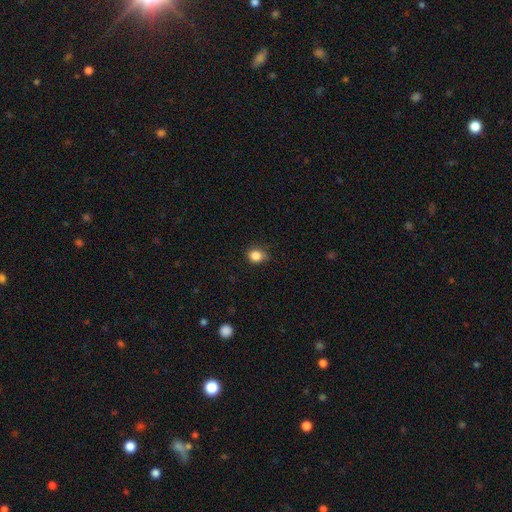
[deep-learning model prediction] smooth-or-featured: smooth: 85% | star or artifact: 11% | featured or disk: 4%
  how-rounded: round: 66% | in between: 33% | cigar-shaped: 1%
  merging: none: 72% | minor disturbance: 22% | major disturbance: 4% | merger: 1%